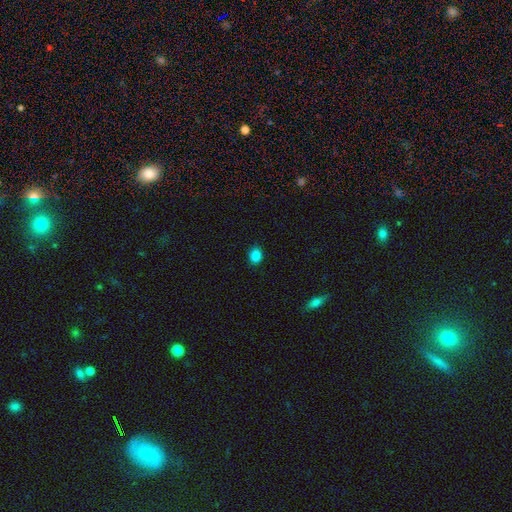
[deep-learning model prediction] Smooth or featured? Predicted: smooth (p=0.85). How rounded? Predicted: round (p=0.50). Merging? Predicted: none (p=0.89).